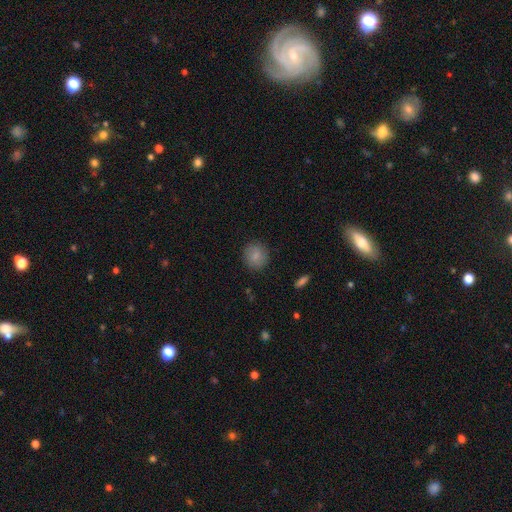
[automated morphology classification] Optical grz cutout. It shows a smooth galaxy with no disk features (85%) that is round (87%). Merging: none (88%).